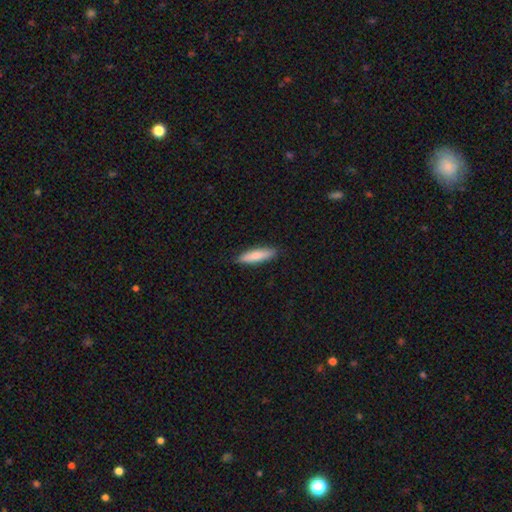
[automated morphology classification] A smooth galaxy with no disk features (78%) that is cigar-shaped (72%). Merging: none (88%).